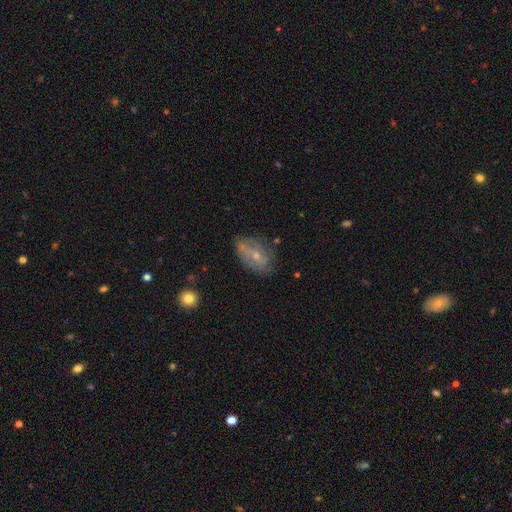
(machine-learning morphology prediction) The model was most divided on "bar": no: 55%, weak: 36%, strong: 8%. More confident: edge-on disk — no (94%); spiral arms — yes (66%); merging — none (64%); bulge size — small (63%); smooth or featured — featured or disk (58%).